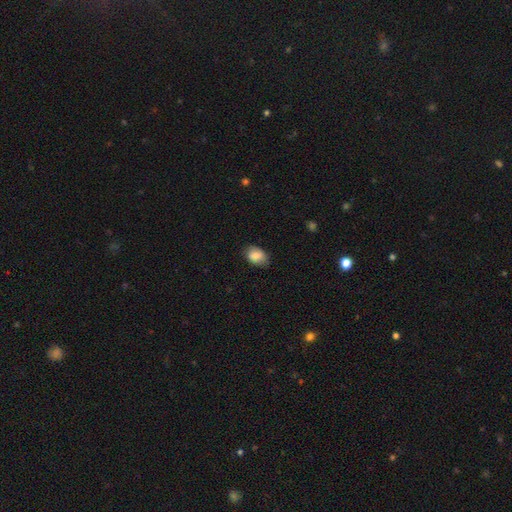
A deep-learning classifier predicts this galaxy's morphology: A smooth galaxy with no disk features (83%) that is in between round and cigar-shaped (74%).

Vote fractions:
- Smooth or featured? smooth: 83% / featured or disk: 10% / star or artifact: 7%
- How rounded? in between: 74% / round: 25% / cigar-shaped: 1%
- Merging? none: 72% / minor disturbance: 22% / major disturbance: 5% / merger: 1%